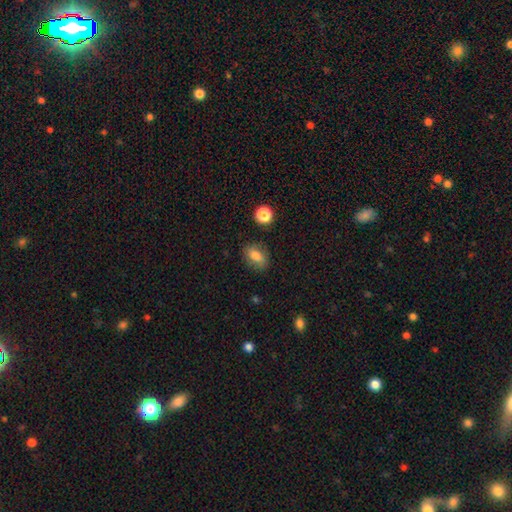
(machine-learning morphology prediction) A smooth galaxy with no disk features (78%) that is in between round and cigar-shaped (77%). Merging: none (78%).